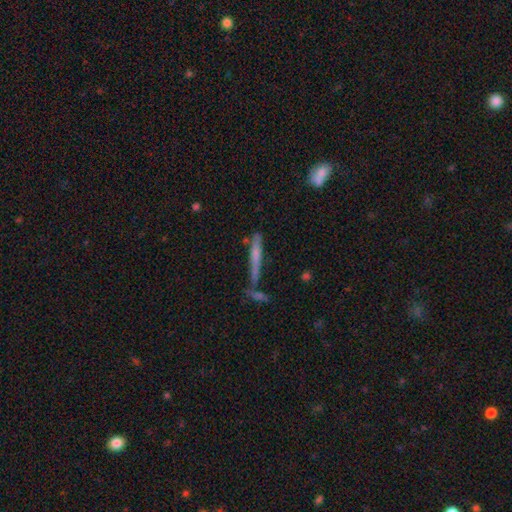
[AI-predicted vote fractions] Morphology: type=smooth (47%); merging=none (68%).